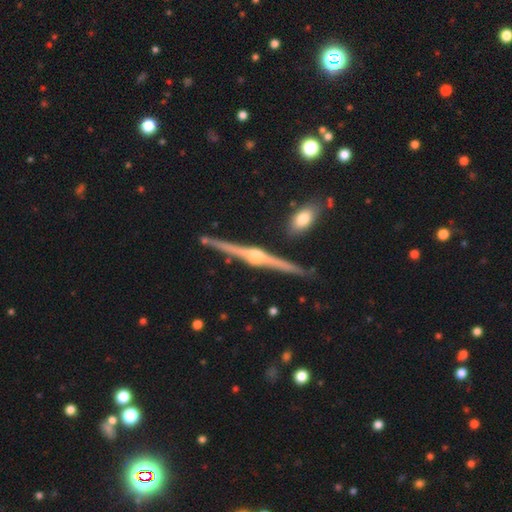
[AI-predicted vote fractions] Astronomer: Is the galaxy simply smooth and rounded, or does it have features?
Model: featured or disk — 87%.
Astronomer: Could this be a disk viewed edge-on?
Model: yes — 98%.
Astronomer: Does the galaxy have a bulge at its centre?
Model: rounded — 92%.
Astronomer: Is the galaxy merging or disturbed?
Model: none — 89%.